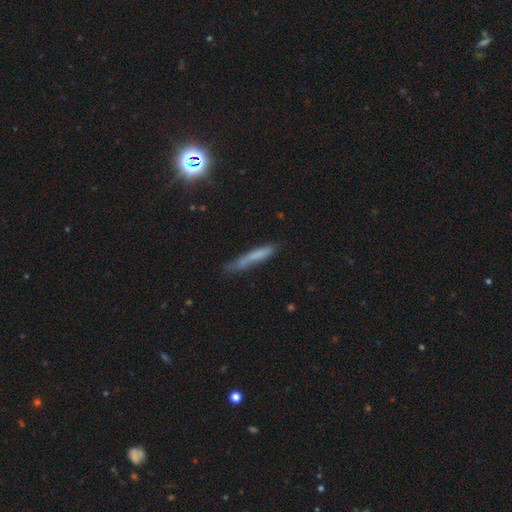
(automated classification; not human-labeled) Smooth or featured?
  - smooth: 67% *
  - featured or disk: 22%
  - star or artifact: 10%
How rounded?
  - cigar-shaped: 92% *
  - in between: 6%
  - round: 2%
Merging?
  - none: 64% *
  - minor disturbance: 25%
  - major disturbance: 7%
  - merger: 4%